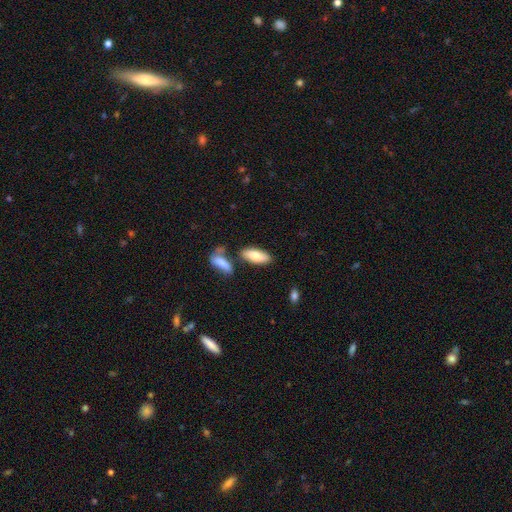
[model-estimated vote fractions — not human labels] smooth_or_featured: smooth (p=0.80) [alt: featured or disk p=0.15]
how_rounded: in between (p=0.83) [alt: cigar-shaped p=0.15]
merging: none (p=0.70) [alt: minor disturbance p=0.13]